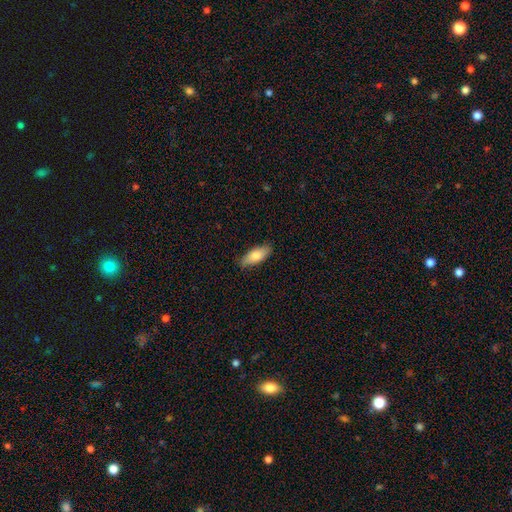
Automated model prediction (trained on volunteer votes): A smooth galaxy with no disk features (80%) that is in between round and cigar-shaped (76%).

Vote fractions:
- Smooth or featured? smooth: 80% / featured or disk: 14% / star or artifact: 6%
- How rounded? in between: 76% / cigar-shaped: 22% / round: 2%
- Merging? none: 84% / minor disturbance: 13% / major disturbance: 2% / merger: 1%